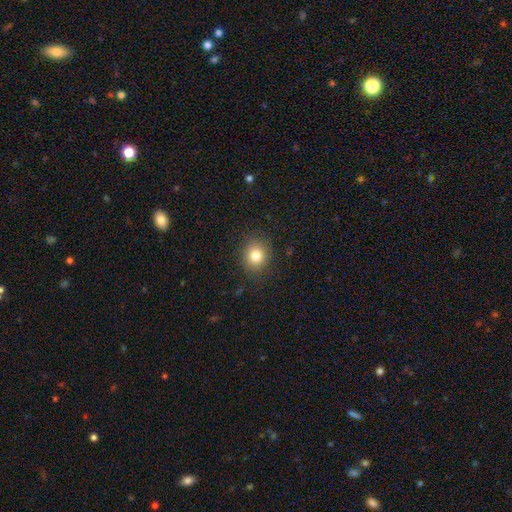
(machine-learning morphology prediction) smooth-or-featured: smooth: 81% | star or artifact: 12% | featured or disk: 8%
  how-rounded: round: 75% | in between: 24% | cigar-shaped: 1%
  merging: none: 87% | minor disturbance: 9% | major disturbance: 3% | merger: 1%